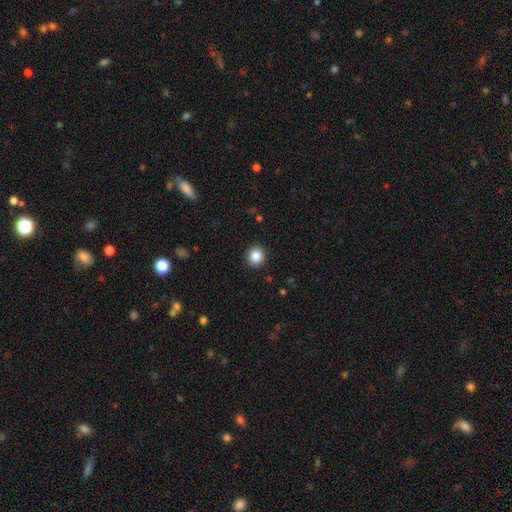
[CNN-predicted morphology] smooth 86%, star or artifact 10%, featured or disk 4%. Down the decision tree: how rounded — round (84%); merging — none (91%).